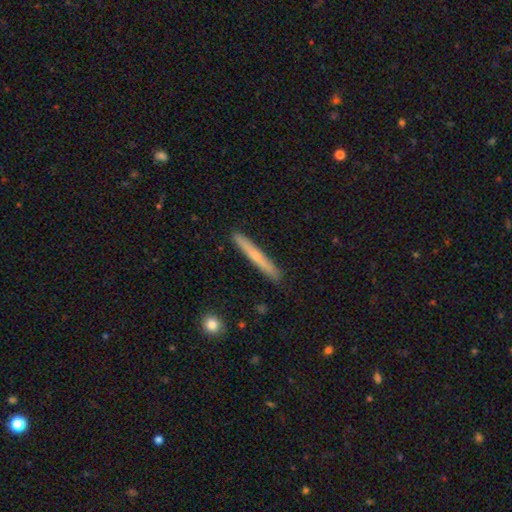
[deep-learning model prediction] Overall: smooth (61%; featured or disk 34%). How rounded: cigar-shaped (97%). Merging: none (91%).